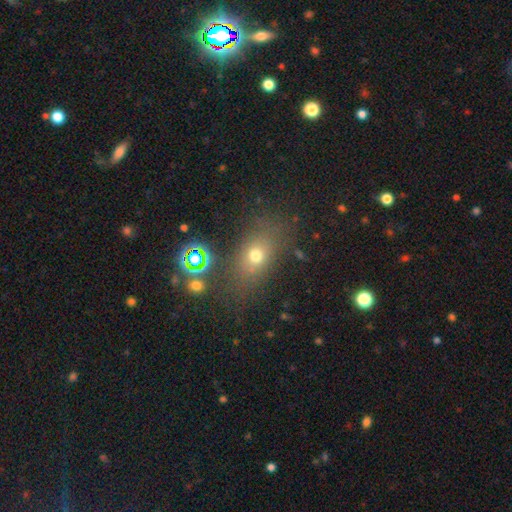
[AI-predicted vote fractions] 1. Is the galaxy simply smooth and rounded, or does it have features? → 64% smooth, 21% star or artifact, 14% featured or disk.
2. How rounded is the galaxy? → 61% in between, 34% round, 4% cigar-shaped.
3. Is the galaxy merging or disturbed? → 72% none, 15% minor disturbance, 8% major disturbance, 5% merger.